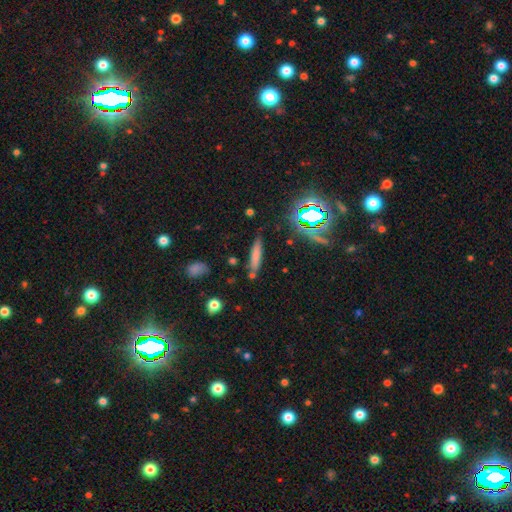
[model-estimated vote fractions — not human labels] This is likely a smooth galaxy (70%). How rounded: clearly cigar-shaped (83%). Merging: likely none (77%).